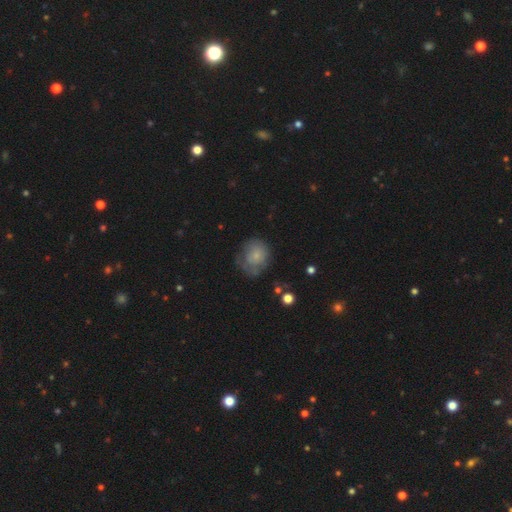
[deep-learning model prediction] Morphology: type=smooth (65%); roundness=round (73%); merging=none (51%).